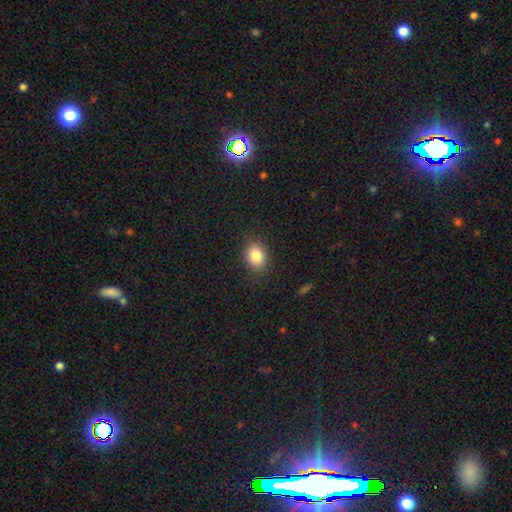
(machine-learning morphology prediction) The model was most divided on "how rounded": in between: 51%, round: 47%, cigar-shaped: 1%. More confident: merging — none (87%); smooth or featured — smooth (83%).